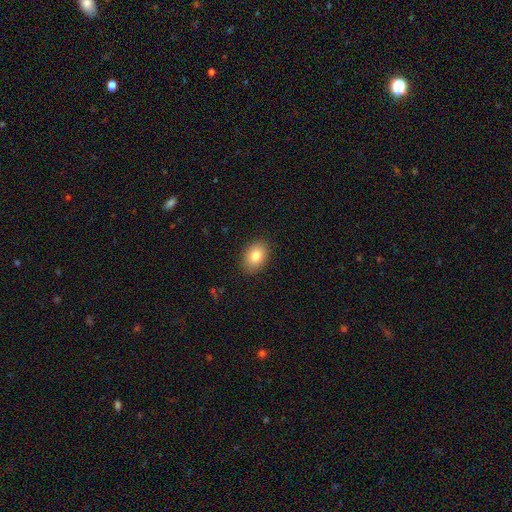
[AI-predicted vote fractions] Overall: smooth (82%). How rounded: in between (79%). Merging: none (88%).